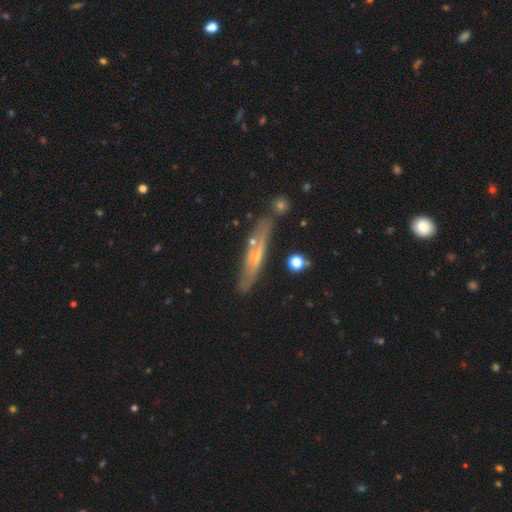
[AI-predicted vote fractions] Smooth or featured: featured or disk — 56% (smooth — 36%)
Edge-on disk: yes — 82% (no — 18%)
Merging: none — 75% (minor disturbance — 15%)